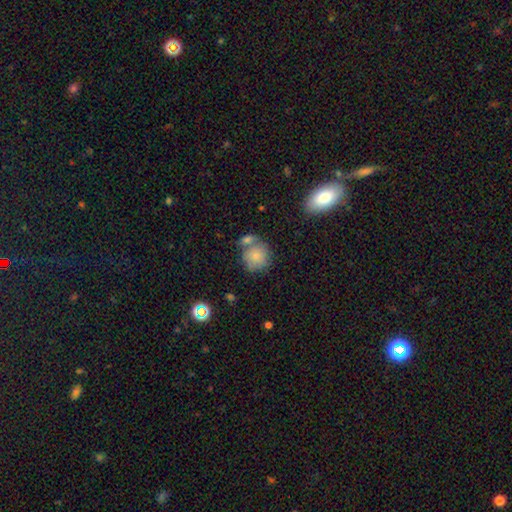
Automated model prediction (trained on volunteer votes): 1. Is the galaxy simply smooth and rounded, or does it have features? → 79% smooth, 13% featured or disk, 8% star or artifact.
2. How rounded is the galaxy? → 86% round, 13% in between, 1% cigar-shaped.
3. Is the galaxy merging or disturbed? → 49% none, 32% merger, 14% minor disturbance, 5% major disturbance.